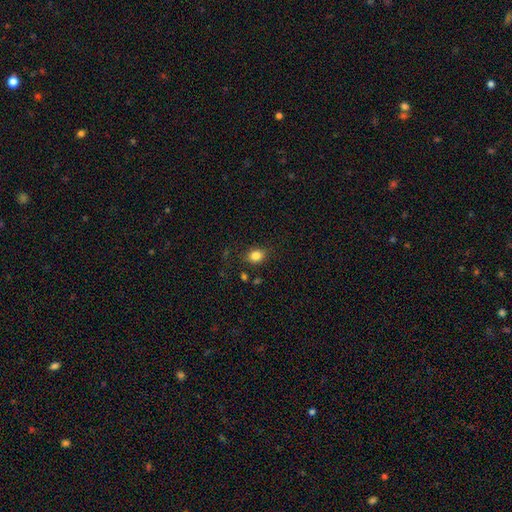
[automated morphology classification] smooth-or-featured: smooth: 83% | star or artifact: 11% | featured or disk: 6%
  how-rounded: in between: 52% | round: 47% | cigar-shaped: 1%
  merging: none: 81% | minor disturbance: 13% | major disturbance: 4% | merger: 2%